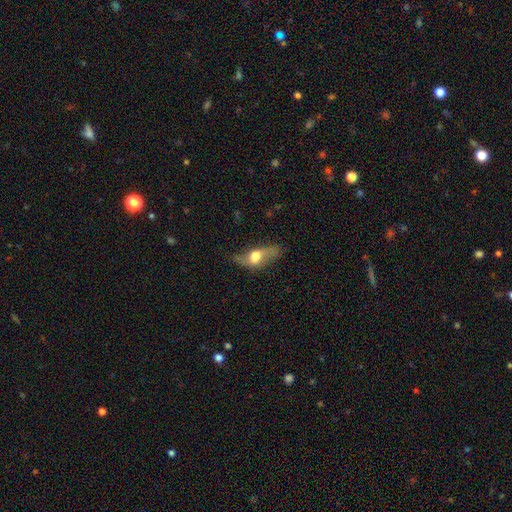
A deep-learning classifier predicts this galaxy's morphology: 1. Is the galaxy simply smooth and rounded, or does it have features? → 46% featured or disk (tied), 46% smooth (tied), 8% star or artifact.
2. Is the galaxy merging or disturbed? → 51% none, 28% minor disturbance, 18% major disturbance, 3% merger.